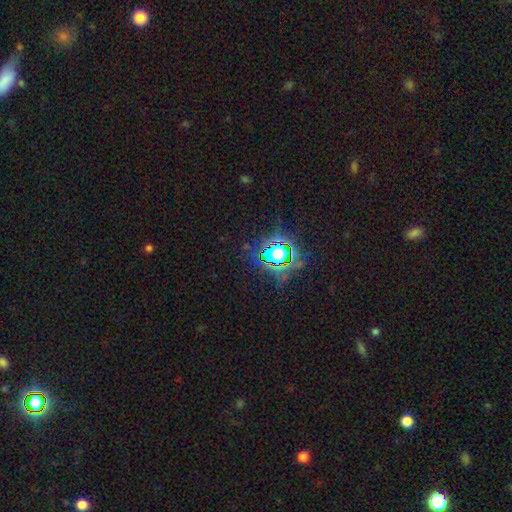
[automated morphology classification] A star or artifact, not a galaxy (80%).

Vote fractions:
- Smooth or featured? star or artifact: 80% / smooth: 13% / featured or disk: 7%